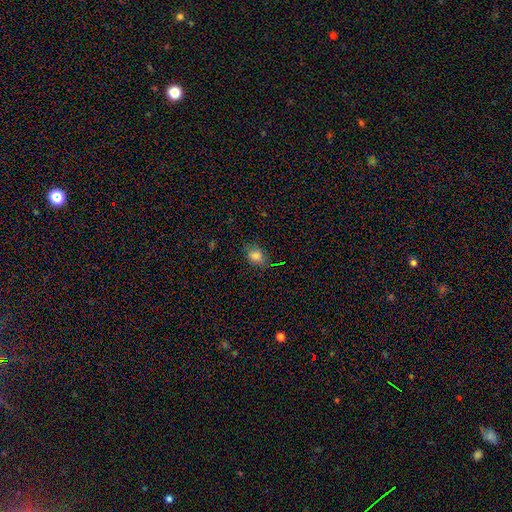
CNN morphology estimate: smooth_or_featured: smooth (p=0.79) [alt: star or artifact p=0.15]
how_rounded: in between (p=0.53) [alt: round p=0.46]
merging: none (p=0.75) [alt: minor disturbance p=0.19]